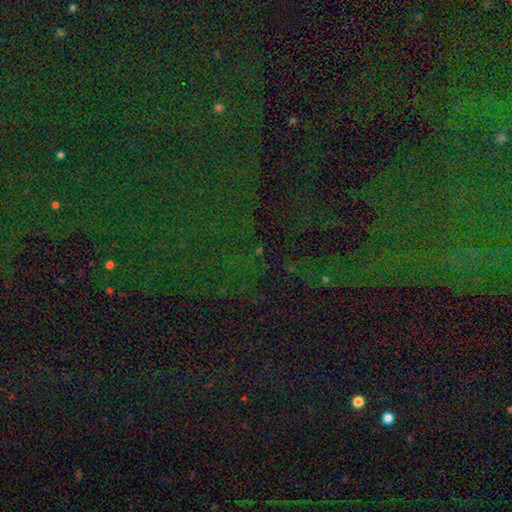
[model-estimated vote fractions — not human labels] Morphology: type=star or artifact (82%).